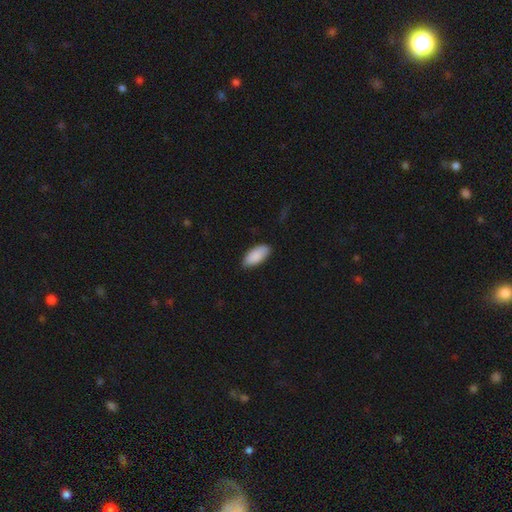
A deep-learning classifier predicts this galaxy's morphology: The model was most divided on "merging": none: 85%, minor disturbance: 12%, major disturbance: 2%, merger: 1%. More confident: smooth or featured — smooth (90%); how rounded — in between (89%).